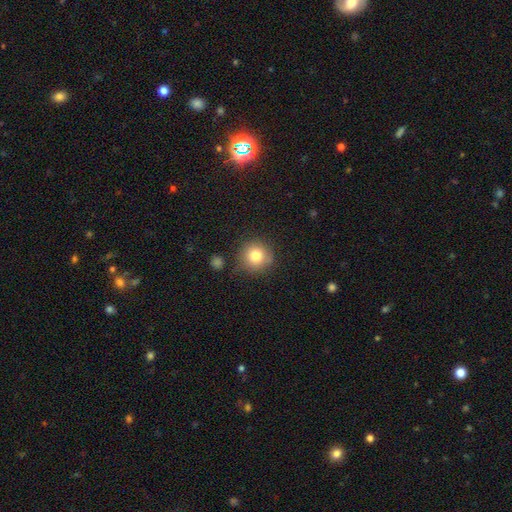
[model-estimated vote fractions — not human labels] Smooth or featured? Predicted: smooth (p=0.81). How rounded? Predicted: round (p=0.93). Merging? Predicted: none (p=0.80).